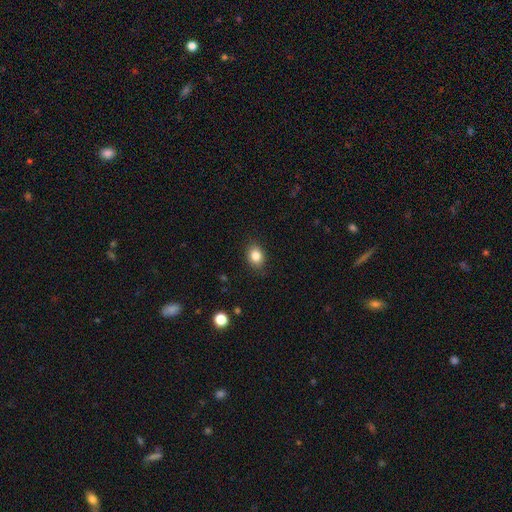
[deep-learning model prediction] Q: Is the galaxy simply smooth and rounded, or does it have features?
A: smooth — 84%.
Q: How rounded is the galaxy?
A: in between — 53%.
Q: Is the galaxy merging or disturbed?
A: none — 87%.